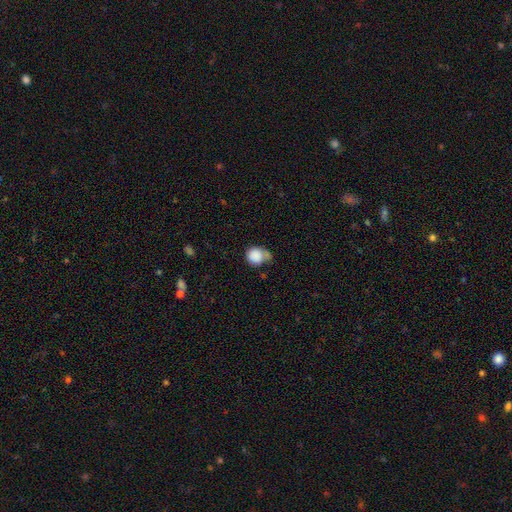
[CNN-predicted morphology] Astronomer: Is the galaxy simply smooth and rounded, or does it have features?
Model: smooth — 85%.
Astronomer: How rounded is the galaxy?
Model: round — 81%.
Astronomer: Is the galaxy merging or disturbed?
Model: none — 41% (runner-up: minor disturbance, 30%).